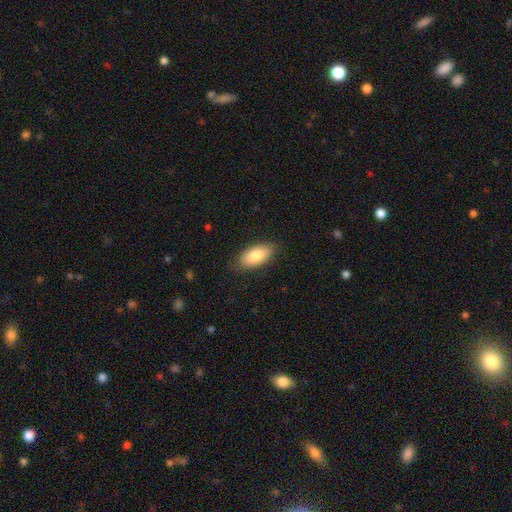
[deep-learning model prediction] Morphology: type=smooth (82%); roundness=in between (92%); merging=none (83%).